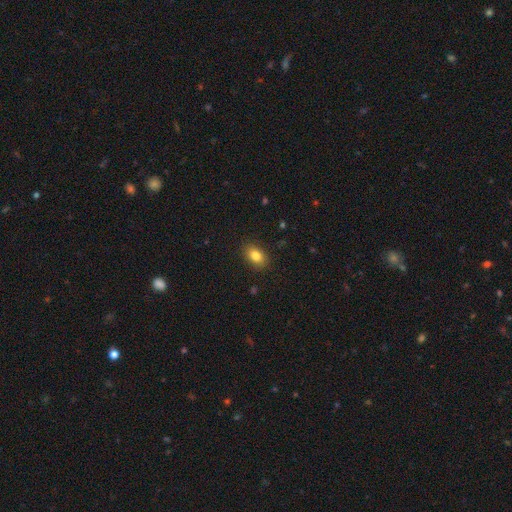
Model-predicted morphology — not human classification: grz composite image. It shows a smooth galaxy with no disk features (83%) that is in between round and cigar-shaped (83%). Merging: none (88%).